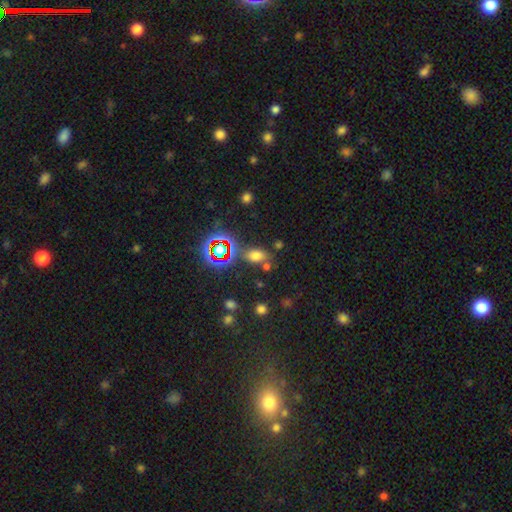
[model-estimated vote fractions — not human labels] A smooth galaxy with no disk features (63%) that is in between round and cigar-shaped (81%). Merging: none (69%).